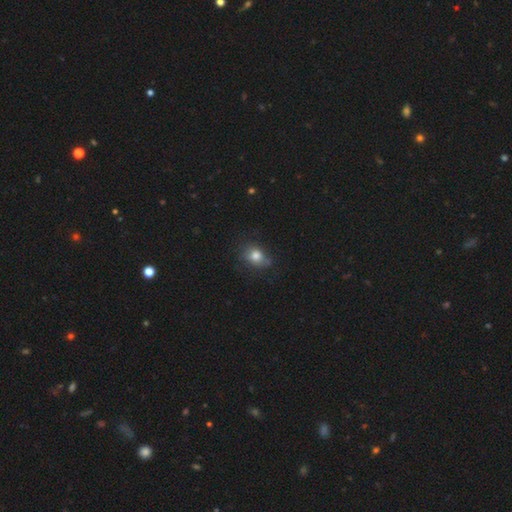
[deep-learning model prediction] A smooth galaxy with no disk features (77%) that is round (50%).

Vote fractions:
- Smooth or featured? smooth: 77% / featured or disk: 12% / star or artifact: 11%
- How rounded? round: 50% / in between: 49% / cigar-shaped: 1%
- Merging? none: 64% / minor disturbance: 26% / major disturbance: 8% / merger: 2%